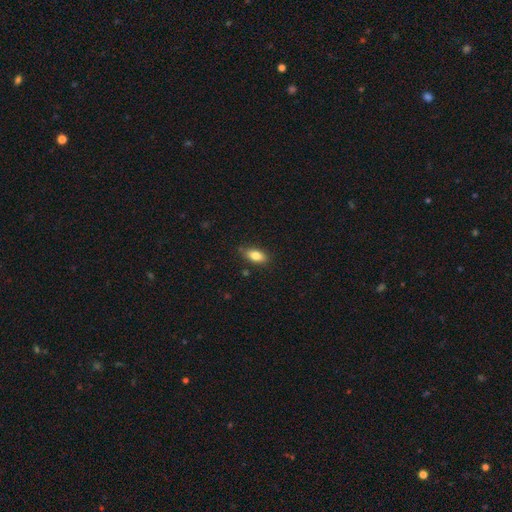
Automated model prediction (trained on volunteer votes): A smooth galaxy with no disk features (82%) that is in between round and cigar-shaped (87%). Merging: none (82%).